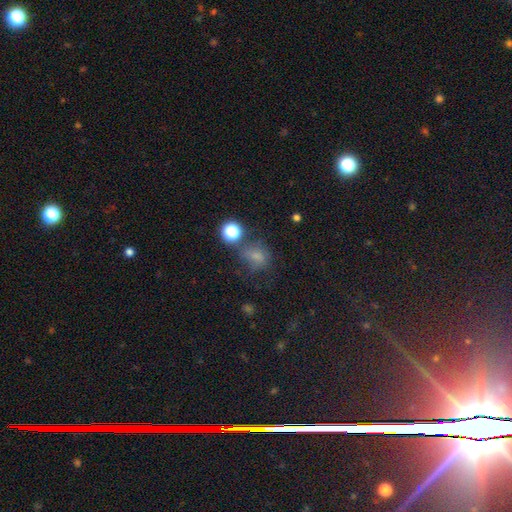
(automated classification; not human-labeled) smooth_or_featured: smooth (p=0.60) [alt: star or artifact p=0.26]
how_rounded: round (p=0.54) [alt: in between p=0.44]
merging: none (p=0.49) [alt: minor disturbance p=0.21]